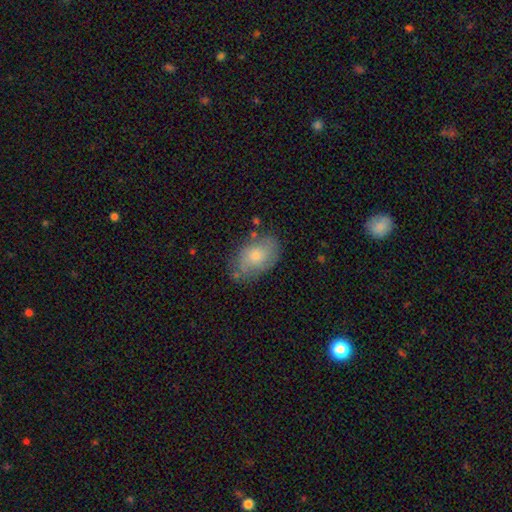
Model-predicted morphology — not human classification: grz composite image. It shows a smooth galaxy with no disk features (63%) that is in between round and cigar-shaped (87%). Merging: none (68%).